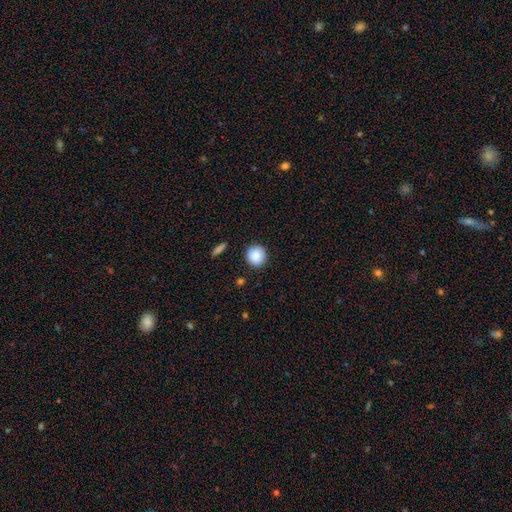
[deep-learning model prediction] Q: Smooth or featured?
A: smooth (88%); runner-up: star or artifact (8%)
Q: How rounded?
A: round (90%); runner-up: in between (9%)
Q: Merging?
A: none (89%); runner-up: minor disturbance (8%)